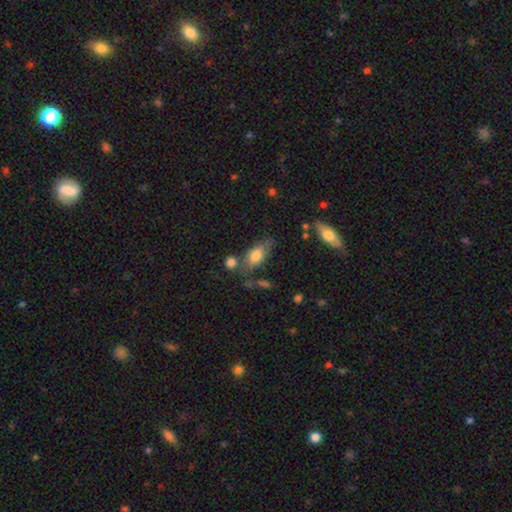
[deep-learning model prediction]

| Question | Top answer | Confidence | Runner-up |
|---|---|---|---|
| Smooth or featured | smooth | 75% | featured or disk (18%) |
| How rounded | in between | 83% | cigar-shaped (12%) |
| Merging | none | 58% | minor disturbance (22%) |